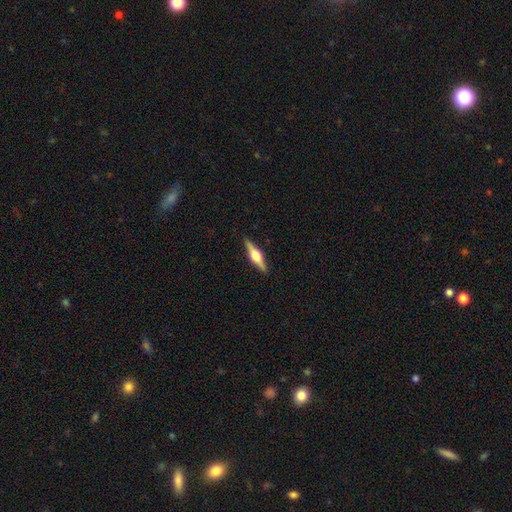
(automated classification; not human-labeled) Smooth or featured?
  - featured or disk: 73% *
  - smooth: 22%
  - star or artifact: 5%
Edge-on disk?
  - yes: 98% *
  - no: 2%
Edge-on bulge?
  - rounded: 93% *
  - boxy: 5%
  - none: 2%
Merging?
  - none: 90% *
  - minor disturbance: 7%
  - major disturbance: 2%
  - merger: 1%